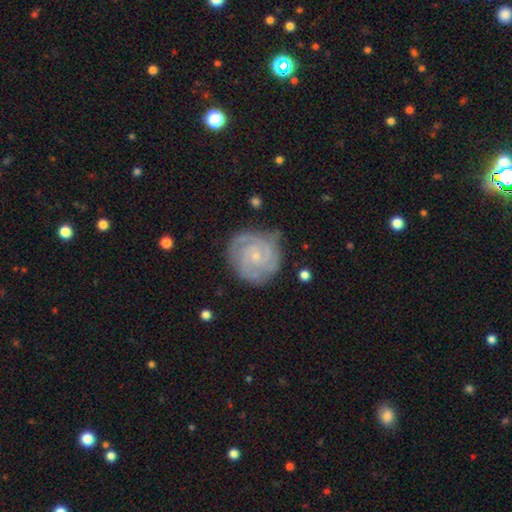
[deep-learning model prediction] This appears to be a featured or disk galaxy (85%) with no bar (70%), 2 (35%) tight (74%) spiral arms (97%) and a small central bulge (80%). Merging: none (76%).